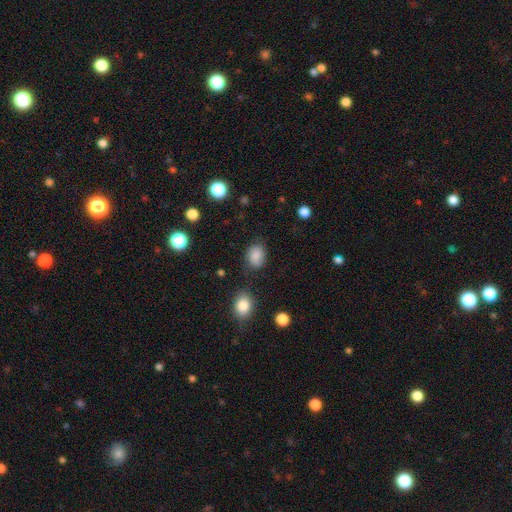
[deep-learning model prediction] Smooth or featured: smooth — 84% (star or artifact — 10%)
How rounded: in between — 55% (round — 44%)
Merging: none — 76% (minor disturbance — 16%)